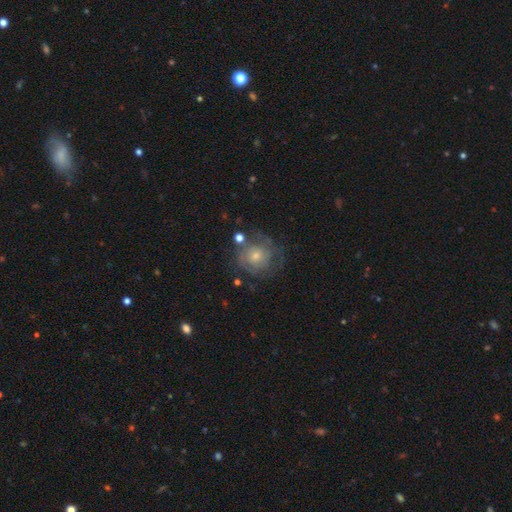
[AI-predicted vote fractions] This is possibly a featured or disk galaxy (55%). It is clearly not viewed edge-on (97%). Bar: clearly no (81%). Spiral arm pattern: likely yes (71%). Central bulge: possibly small (49%). Merging: likely none (67%).